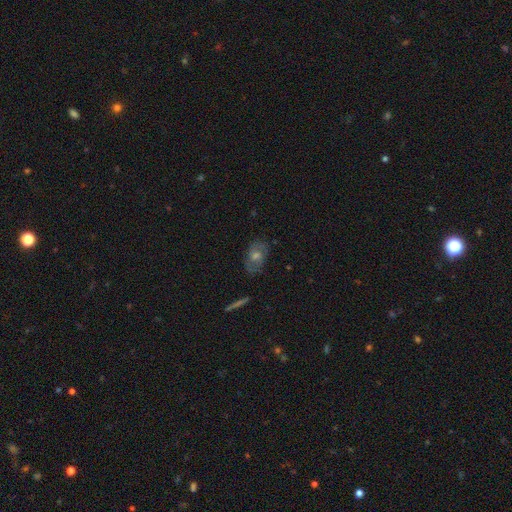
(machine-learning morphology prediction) Smooth or featured? featured or disk (58%)
Edge-on disk? no (91%)
Bar? no (72%)
Spiral arms? yes (68%)
Bulge size? moderate (66%)
Merging? none (78%)